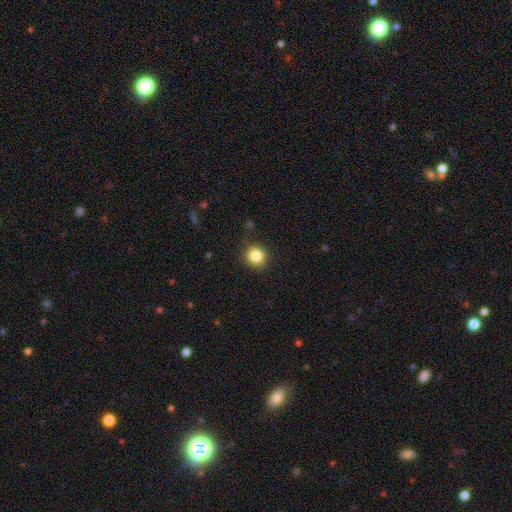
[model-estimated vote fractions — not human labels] Smooth or featured?
  - smooth: 84% *
  - star or artifact: 11%
  - featured or disk: 5%
How rounded?
  - round: 90% *
  - in between: 9%
  - cigar-shaped: 1%
Merging?
  - none: 87% *
  - minor disturbance: 9%
  - major disturbance: 3%
  - merger: 1%